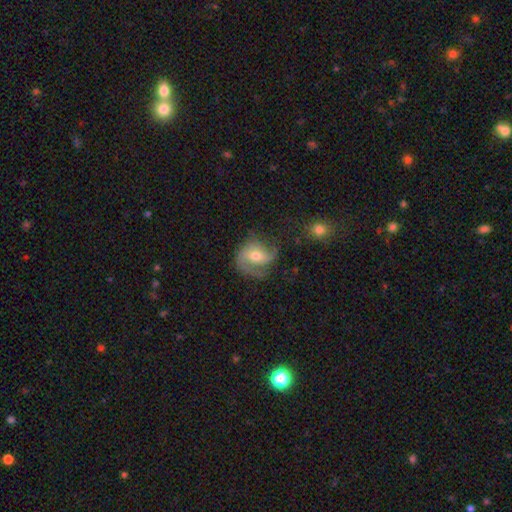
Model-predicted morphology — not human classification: Overall: featured or disk (73%). Edge-on disk: no (97%). Bar: no (57%; weak 33%). Spiral arms: yes (92%). Spiral arm count: 2 (58%). Spiral winding: medium (46%; loose 30%). Bulge size: moderate (64%; small 29%). Merging: none (54%; minor disturbance 24%).